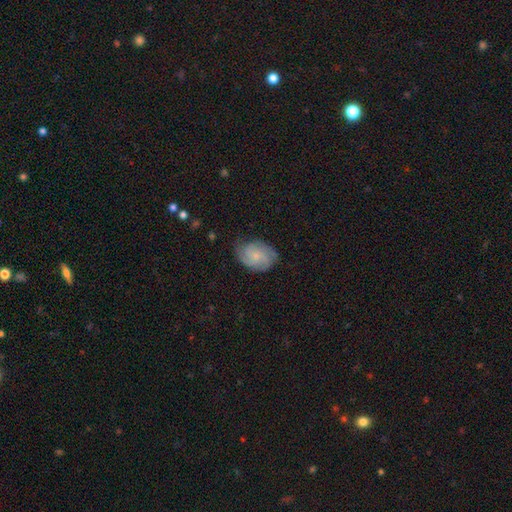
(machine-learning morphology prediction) Q: Smooth or featured?
A: featured or disk (71%); runner-up: smooth (23%)
Q: Edge-on disk?
A: no (98%); runner-up: yes (2%)
Q: Bar?
A: no (73%); runner-up: weak (24%)
Q: Spiral arms?
A: yes (95%); runner-up: no (5%)
Q: Spiral winding?
A: tight (52%); runner-up: medium (39%)
Q: Spiral arm count?
A: 3 (41%); runner-up: 2 (19%)
Q: Bulge size?
A: small (67%); runner-up: moderate (21%)
Q: Merging?
A: none (75%); runner-up: minor disturbance (19%)